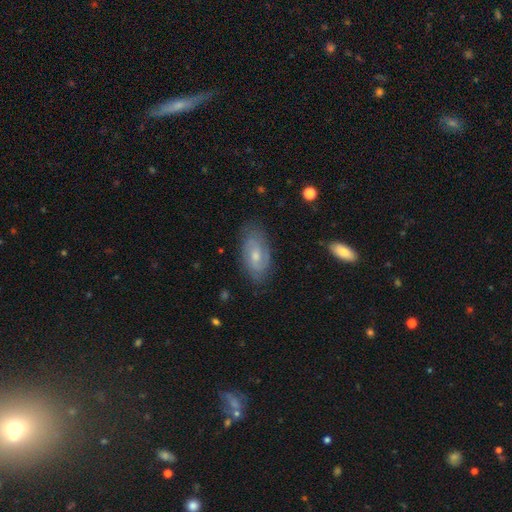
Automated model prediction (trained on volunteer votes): featured or disk 65%, smooth 28%, star or artifact 7%. Down the decision tree: edge-on disk — no (93%); bar — no (51%); spiral arms — yes (86%); spiral arm count — 2 (63%); spiral winding — tight (44%); bulge size — moderate (51%); merging — none (78%).